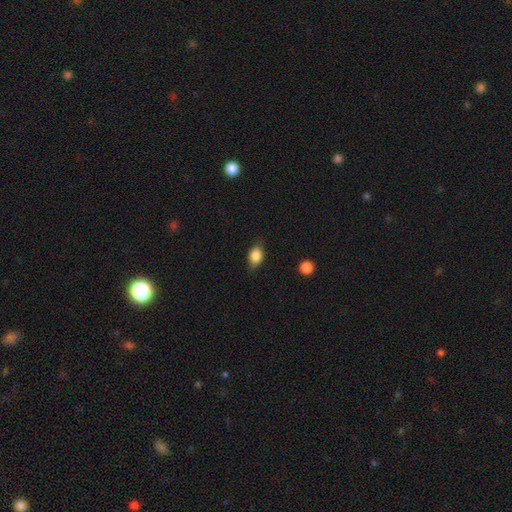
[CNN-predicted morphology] Smooth or featured? Predicted: smooth (p=0.83). How rounded? Predicted: in between (p=0.74). Merging? Predicted: none (p=0.76).